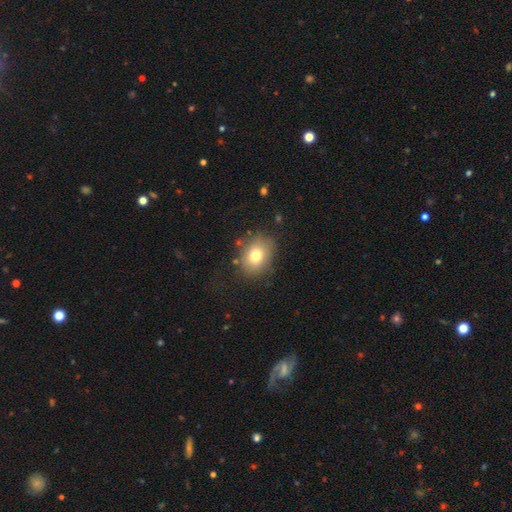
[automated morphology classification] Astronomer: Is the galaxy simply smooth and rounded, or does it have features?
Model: smooth — 76%.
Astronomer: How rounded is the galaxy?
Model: in between — 64%.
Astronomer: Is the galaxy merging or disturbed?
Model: none — 80%.